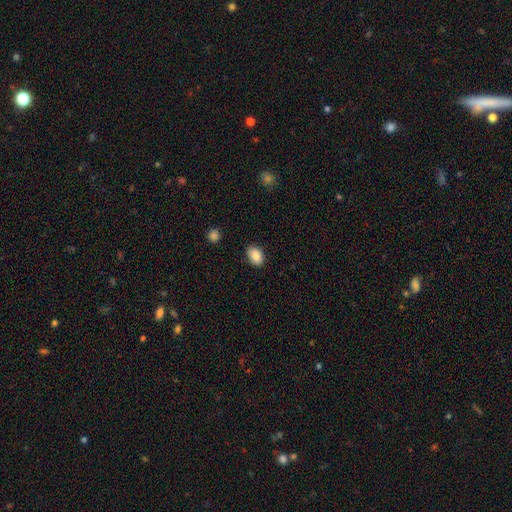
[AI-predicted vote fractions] Q: Smooth or featured?
A: smooth (89%); runner-up: star or artifact (7%)
Q: How rounded?
A: in between (85%); runner-up: round (14%)
Q: Merging?
A: none (84%); runner-up: minor disturbance (13%)